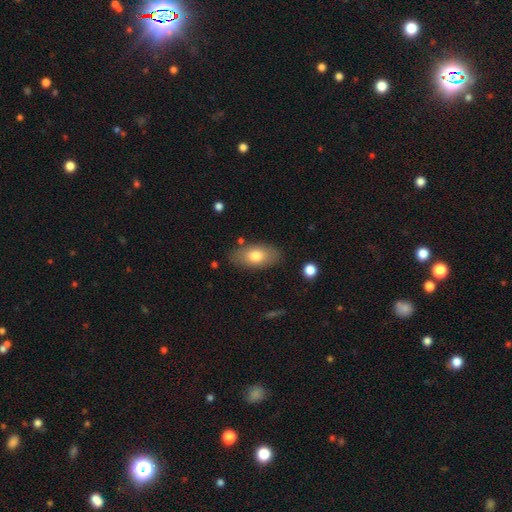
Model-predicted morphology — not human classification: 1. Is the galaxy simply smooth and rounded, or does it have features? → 75% smooth, 18% featured or disk, 7% star or artifact.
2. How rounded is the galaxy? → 91% in between, 5% round, 4% cigar-shaped.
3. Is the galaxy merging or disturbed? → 82% none, 13% minor disturbance, 3% major disturbance, 2% merger.